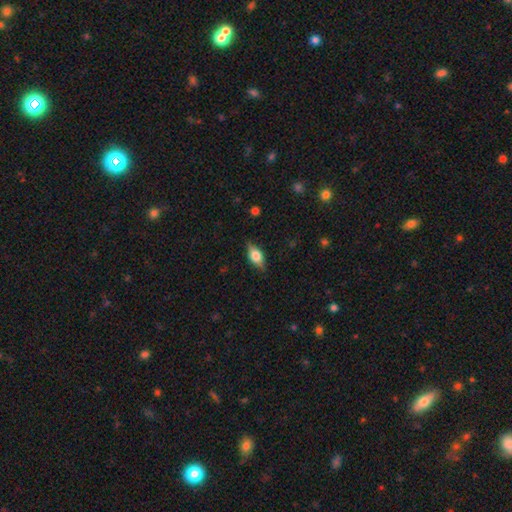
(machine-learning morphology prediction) This appears to be a smooth galaxy with no disk features (60%) that is in between round and cigar-shaped (81%). Merging: none (83%).